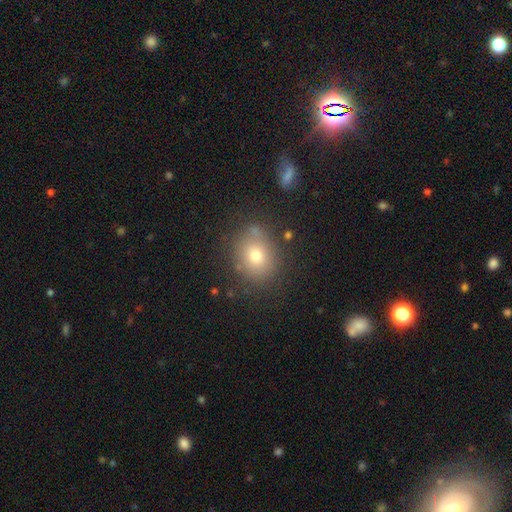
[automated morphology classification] A smooth galaxy with no disk features (73%) that is round (61%).

Vote fractions:
- Smooth or featured? smooth: 73% / star or artifact: 14% / featured or disk: 14%
- How rounded? round: 61% / in between: 38% / cigar-shaped: 1%
- Merging? none: 76% / minor disturbance: 14% / merger: 5% / major disturbance: 5%